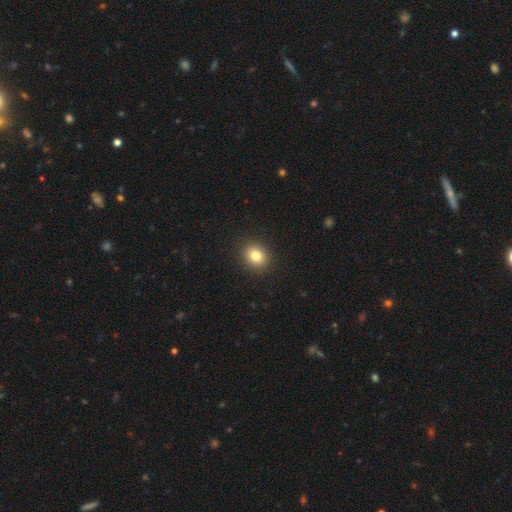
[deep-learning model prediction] Smooth or featured: smooth — 81% (star or artifact — 11%)
How rounded: round — 72% (in between — 27%)
Merging: none — 91% (minor disturbance — 6%)